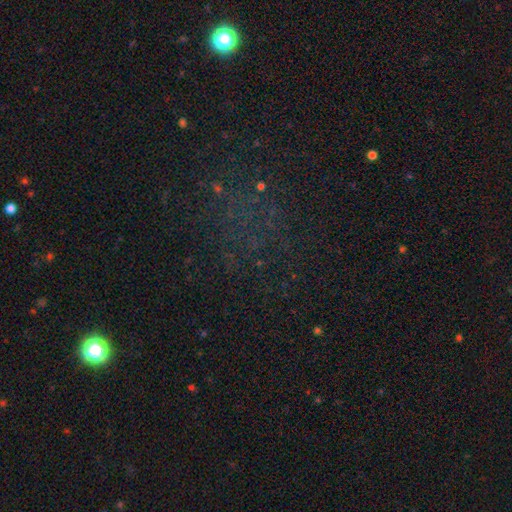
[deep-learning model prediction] This appears to be a star or artifact, not a galaxy (57%).